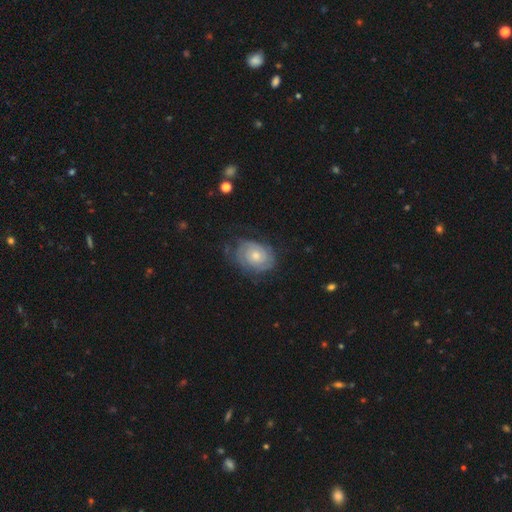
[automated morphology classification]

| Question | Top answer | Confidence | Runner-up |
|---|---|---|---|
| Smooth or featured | featured or disk | 71% | smooth (22%) |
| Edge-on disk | no | 97% | yes (3%) |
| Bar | no | 79% | weak (19%) |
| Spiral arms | yes | 88% | no (12%) |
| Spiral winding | tight | 72% | medium (21%) |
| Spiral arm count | can't tell | 41% | 2 (36%) |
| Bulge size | moderate | 56% | small (37%) |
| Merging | none | 67% | minor disturbance (22%) |